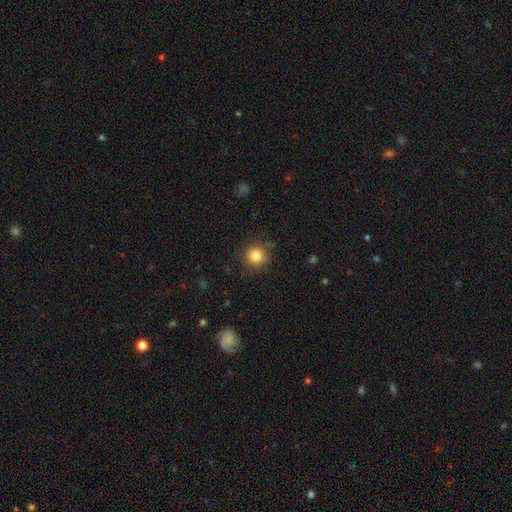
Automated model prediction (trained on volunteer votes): smooth 83%, star or artifact 12%, featured or disk 6%. Down the decision tree: how rounded — round (93%); merging — none (83%).